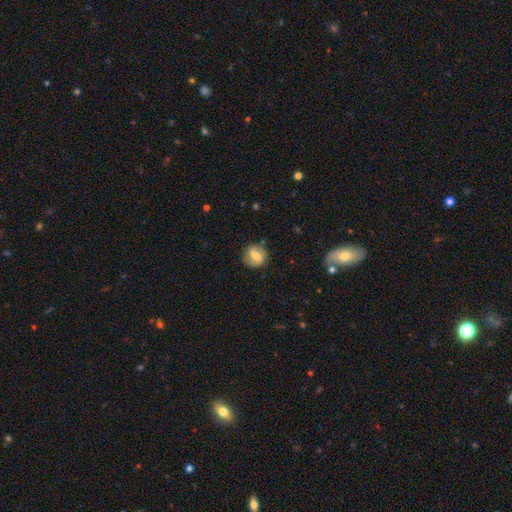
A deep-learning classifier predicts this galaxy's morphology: Smooth or featured? smooth (55%)
How rounded? round (71%)
Merging? none (77%)